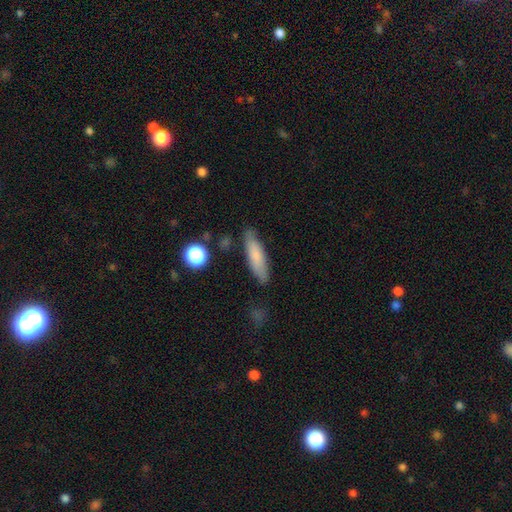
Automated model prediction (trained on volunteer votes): Morphology: type=smooth (73%); roundness=cigar-shaped (66%); merging=none (80%).